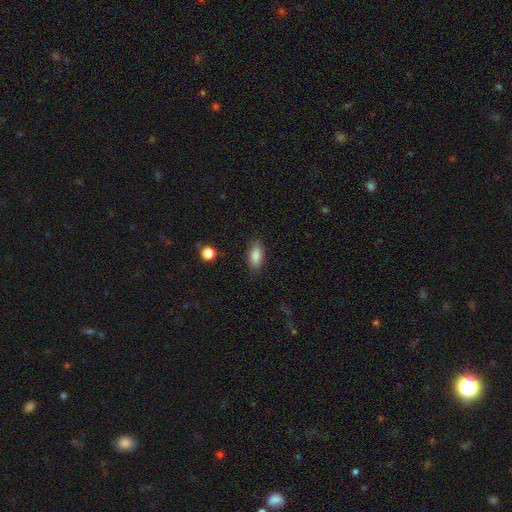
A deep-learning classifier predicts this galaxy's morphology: smooth-or-featured: smooth: 87% | star or artifact: 8% | featured or disk: 6%
  how-rounded: in between: 87% | cigar-shaped: 10% | round: 4%
  merging: none: 83% | minor disturbance: 12% | major disturbance: 3% | merger: 1%